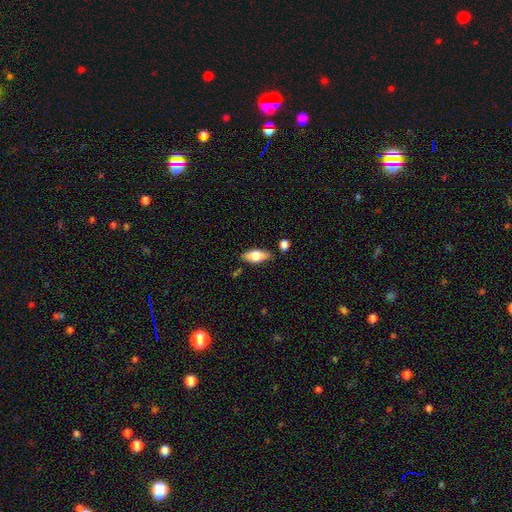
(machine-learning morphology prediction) Q: Smooth or featured?
A: smooth (69%); runner-up: featured or disk (24%)
Q: How rounded?
A: in between (81%); runner-up: cigar-shaped (15%)
Q: Merging?
A: none (79%); runner-up: minor disturbance (13%)